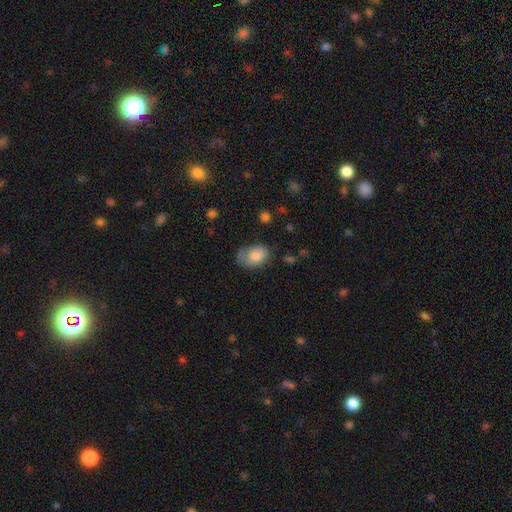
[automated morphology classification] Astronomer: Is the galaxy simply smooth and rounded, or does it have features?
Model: smooth — 79%.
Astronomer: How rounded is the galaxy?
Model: in between — 81%.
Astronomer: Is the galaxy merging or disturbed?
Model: none — 47% (runner-up: minor disturbance, 33%).